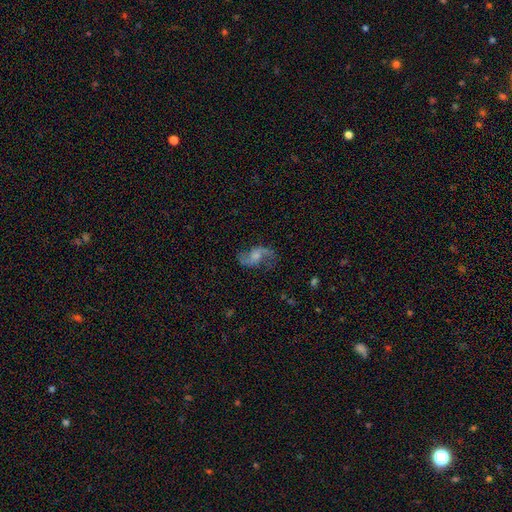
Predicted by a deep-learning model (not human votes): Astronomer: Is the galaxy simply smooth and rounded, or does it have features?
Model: featured or disk — 76%.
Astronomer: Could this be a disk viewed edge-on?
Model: no — 97%.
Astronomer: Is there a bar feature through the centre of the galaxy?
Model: no — 53% (runner-up: weak, 39%).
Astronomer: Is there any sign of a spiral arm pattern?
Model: yes — 92%.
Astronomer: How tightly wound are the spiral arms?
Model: loose — 73%.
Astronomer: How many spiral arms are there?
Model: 2 — 91%.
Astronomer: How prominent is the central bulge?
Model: small — 35% (runner-up: moderate, 33%).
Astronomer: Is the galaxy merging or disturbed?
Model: none — 67%.